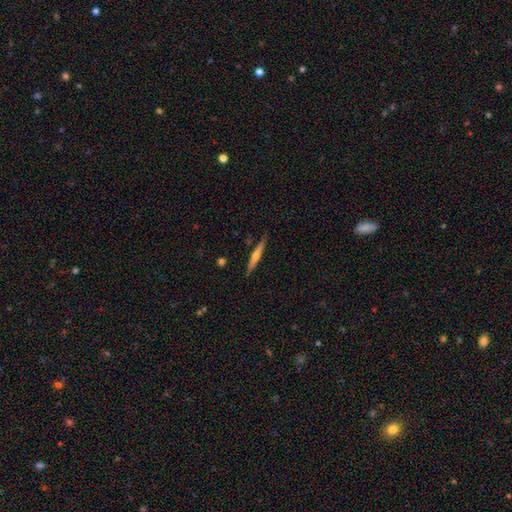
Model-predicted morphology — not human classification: A featured or disk galaxy (56%) viewed edge-on (97%) with a rounded central bulge (72%).

Vote fractions:
- Smooth or featured? featured or disk: 56% / smooth: 38% / star or artifact: 6%
- Edge-on disk? yes: 97% / no: 3%
- Edge-on bulge? rounded: 72% / none: 22% / boxy: 6%
- Merging? none: 88% / minor disturbance: 9% / merger: 2% / major disturbance: 2%